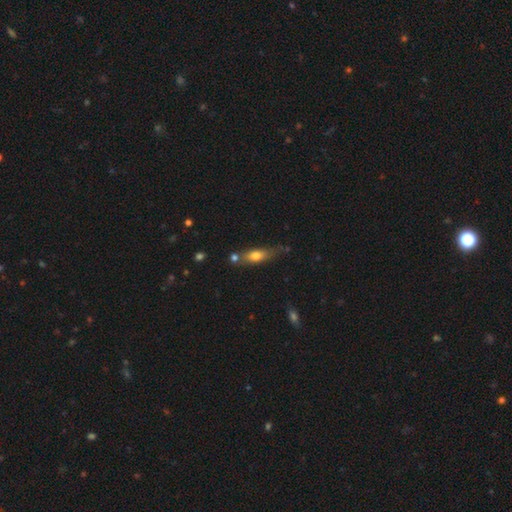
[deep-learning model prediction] Morphology: type=smooth (69%); roundness=in between (58%); merging=none (55%).